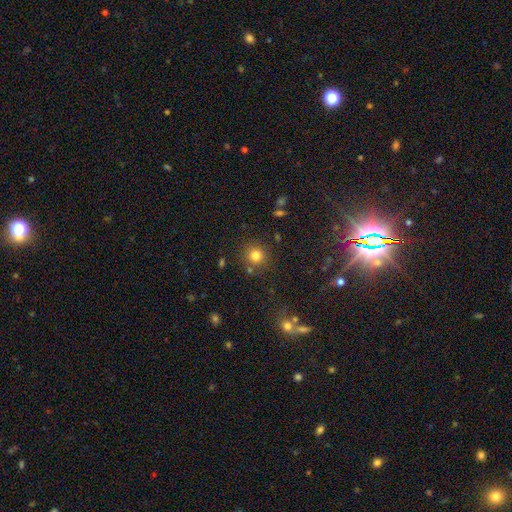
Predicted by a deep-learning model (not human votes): Morphology: type=smooth (79%); roundness=round (92%); merging=none (83%).